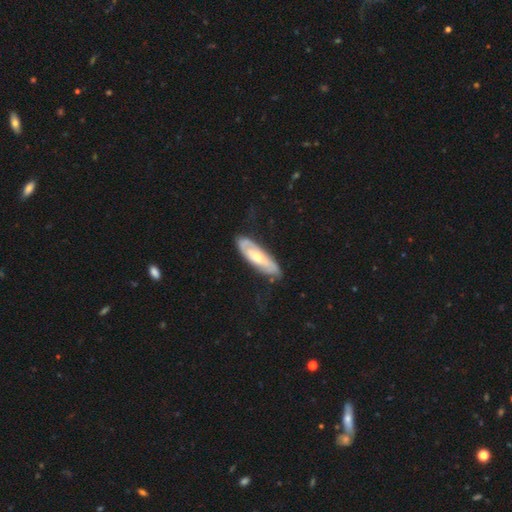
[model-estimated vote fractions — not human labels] Smooth or featured? Predicted: featured or disk (p=0.57). Edge-on disk? Predicted: no (p=0.70). Merging? Predicted: none (p=0.71).